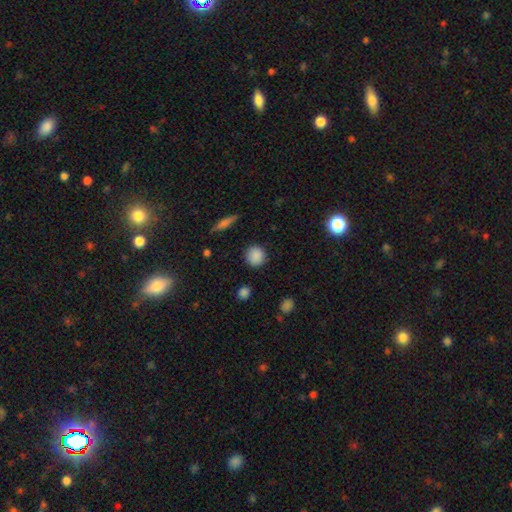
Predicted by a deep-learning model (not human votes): Q: Smooth or featured?
A: smooth (86%); runner-up: star or artifact (10%)
Q: How rounded?
A: round (91%); runner-up: in between (7%)
Q: Merging?
A: none (89%); runner-up: minor disturbance (7%)